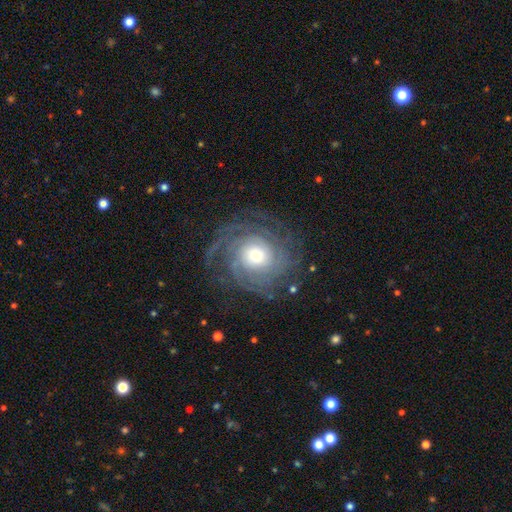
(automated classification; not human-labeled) Morphology: type=featured or disk (86%); edge-on=no (97%); bar=no (76%); spiral arms=yes (97%); winding=tight (72%); arm count=can't tell (27%); bulge=moderate (50%); merging=none (77%).